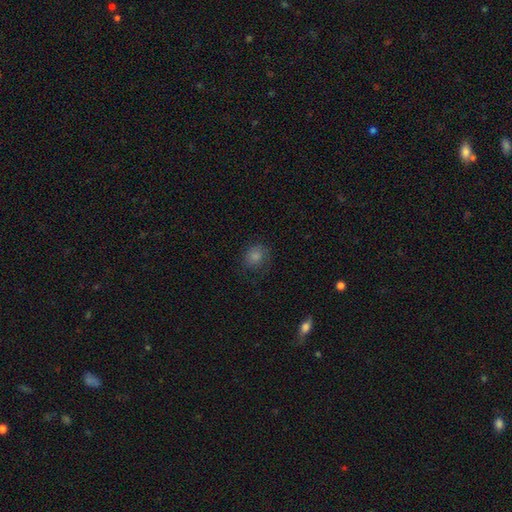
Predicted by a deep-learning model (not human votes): Smooth or featured? smooth (69%)
How rounded? round (73%)
Merging? none (73%)